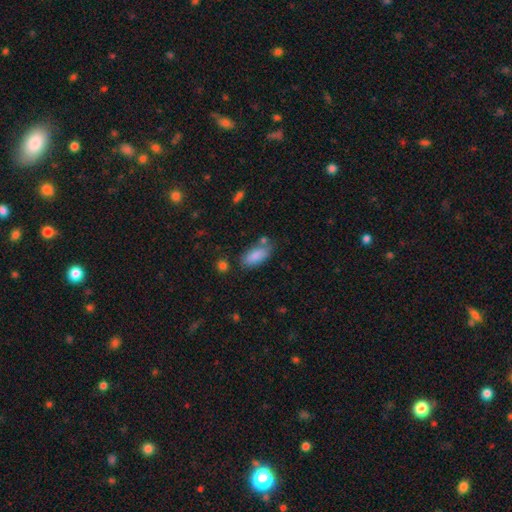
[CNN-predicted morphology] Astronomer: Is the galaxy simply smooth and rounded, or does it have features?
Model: smooth — 86%.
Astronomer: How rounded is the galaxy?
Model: in between — 88%.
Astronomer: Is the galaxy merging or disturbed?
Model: none — 69%.